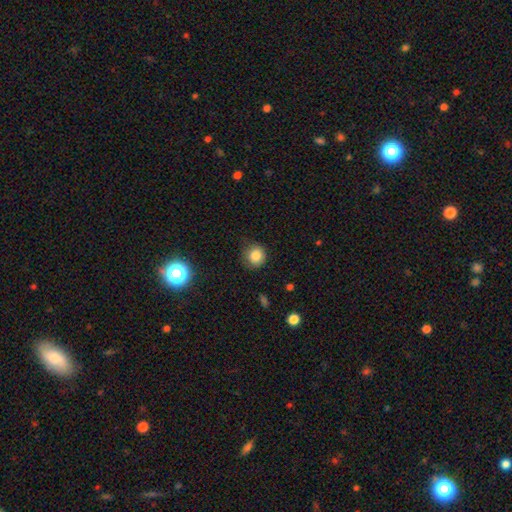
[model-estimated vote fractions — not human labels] Smooth or featured? Predicted: smooth (p=0.83). How rounded? Predicted: round (p=0.90). Merging? Predicted: none (p=0.81).